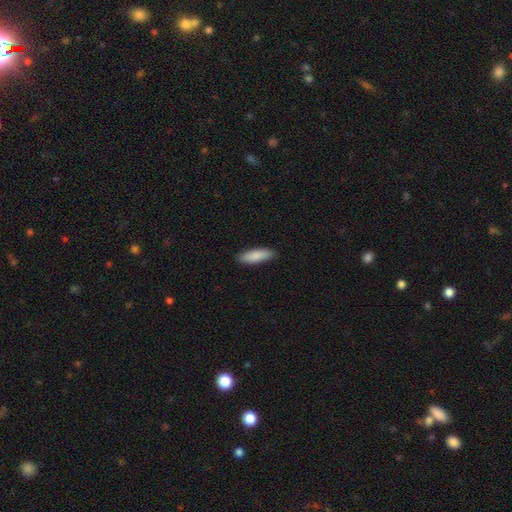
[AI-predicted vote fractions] smooth_or_featured: smooth (p=0.88) [alt: featured or disk p=0.07]
how_rounded: in between (p=0.50) [alt: cigar-shaped p=0.49]
merging: none (p=0.88) [alt: minor disturbance p=0.09]